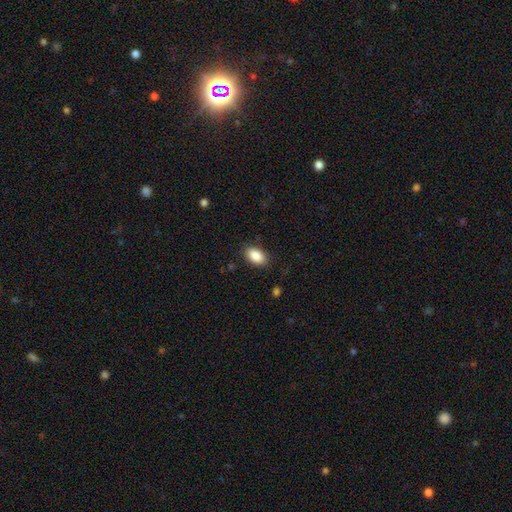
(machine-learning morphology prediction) Smooth or featured: smooth — 88% (star or artifact — 7%)
How rounded: in between — 92% (round — 6%)
Merging: none — 86% (minor disturbance — 10%)